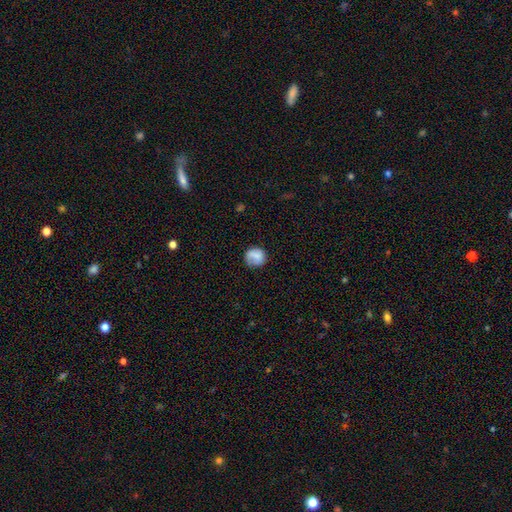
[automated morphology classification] Q: Smooth or featured?
A: smooth (78%); runner-up: featured or disk (13%)
Q: How rounded?
A: round (84%); runner-up: in between (15%)
Q: Merging?
A: none (70%); runner-up: minor disturbance (20%)